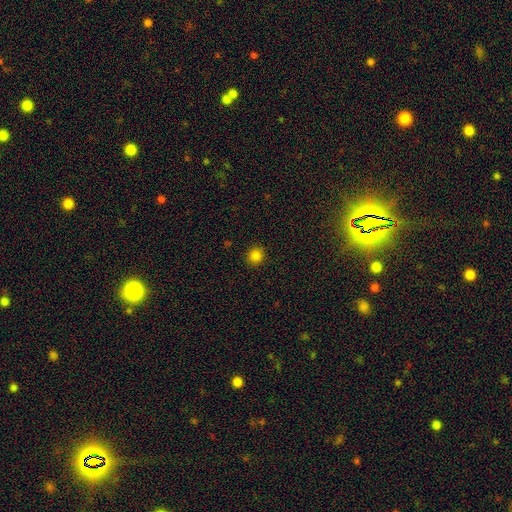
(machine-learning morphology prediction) type=smooth (82%); roundness=round (88%); merging=none (91%).